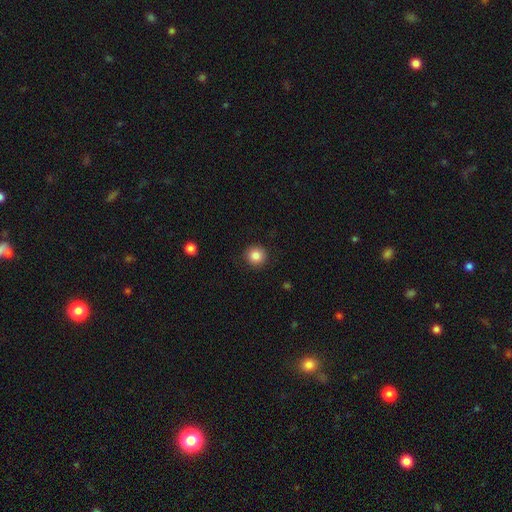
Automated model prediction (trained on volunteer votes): Smooth or featured? smooth (85%)
How rounded? round (94%)
Merging? none (91%)